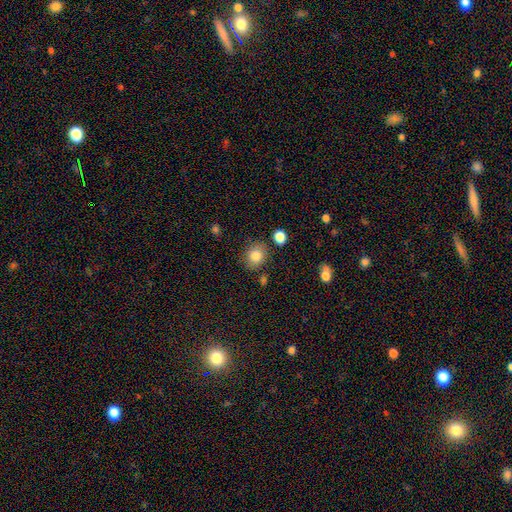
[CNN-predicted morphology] smooth 83%, star or artifact 10%, featured or disk 7%. Down the decision tree: how rounded — round (74%); merging — none (80%).